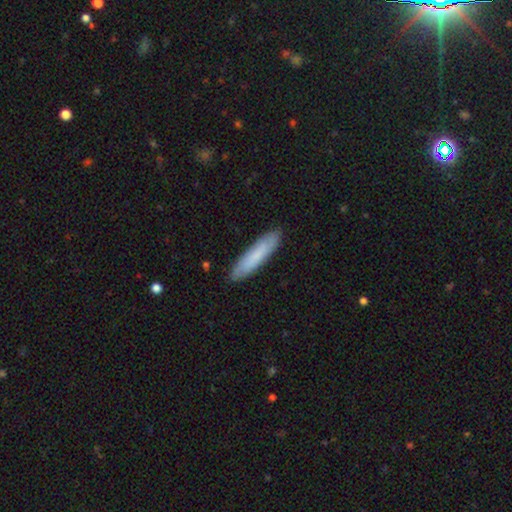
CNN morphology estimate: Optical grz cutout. It shows a smooth galaxy with no disk features (78%) that is cigar-shaped (83%). Merging: none (89%).